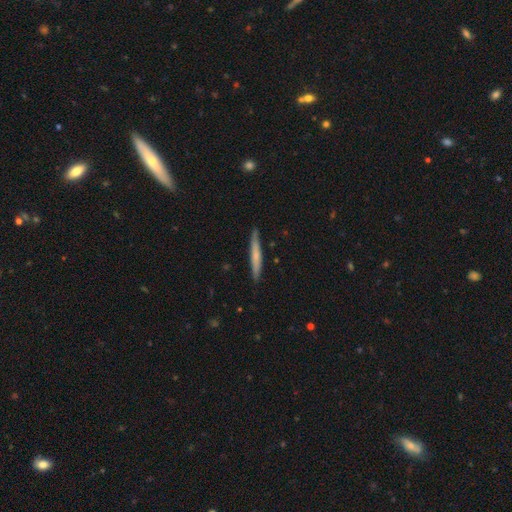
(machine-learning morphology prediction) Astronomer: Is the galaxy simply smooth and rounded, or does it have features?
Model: smooth — 56% (runner-up: featured or disk, 38%).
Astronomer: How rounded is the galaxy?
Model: cigar-shaped — 96%.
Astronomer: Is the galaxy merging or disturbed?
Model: none — 88%.